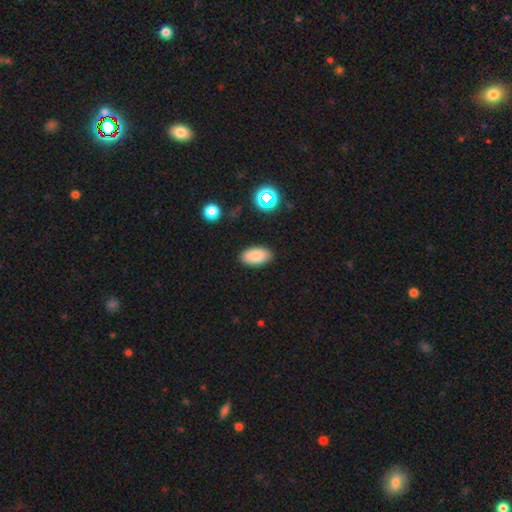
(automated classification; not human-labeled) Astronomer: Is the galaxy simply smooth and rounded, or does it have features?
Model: smooth — 85%.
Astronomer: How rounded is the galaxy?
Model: in between — 94%.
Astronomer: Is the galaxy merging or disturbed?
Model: none — 87%.